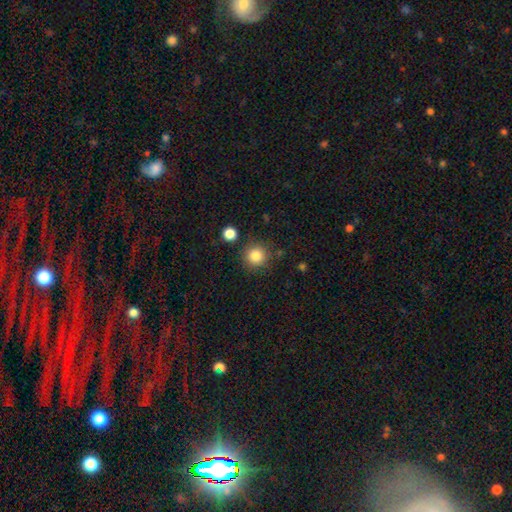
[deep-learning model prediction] This is clearly a smooth galaxy (84%). How rounded: clearly round (93%). Merging: clearly none (83%).